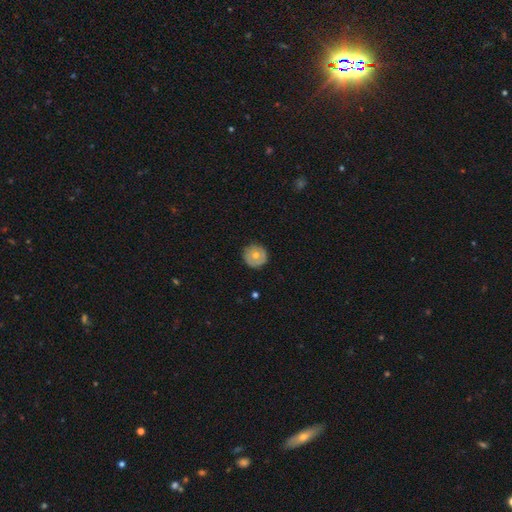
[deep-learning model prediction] Morphology: type=smooth (64%); roundness=round (96%); merging=none (87%).